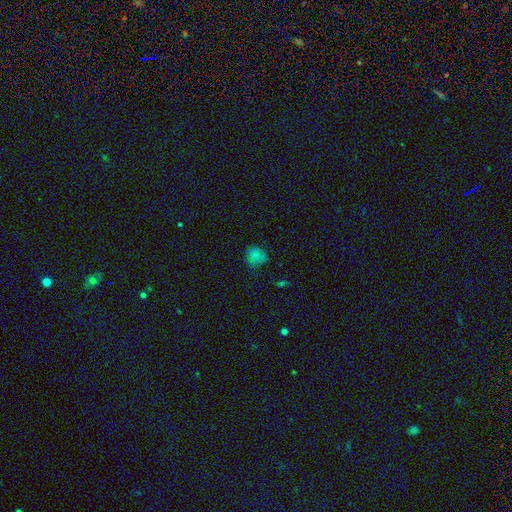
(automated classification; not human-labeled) A smooth galaxy with no disk features (76%) that is round (75%). Merging: none (64%).